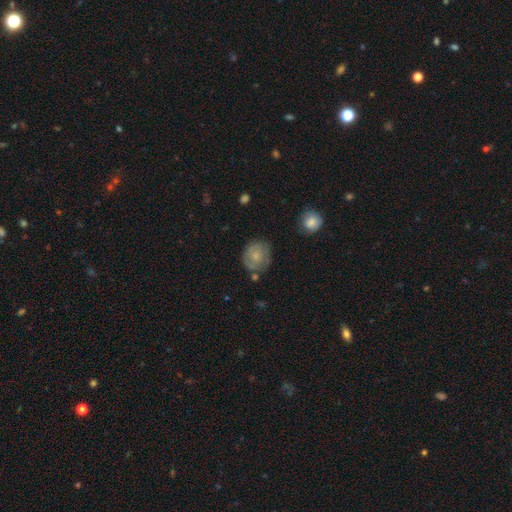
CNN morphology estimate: type=smooth (57%); roundness=round (77%); merging=none (68%).